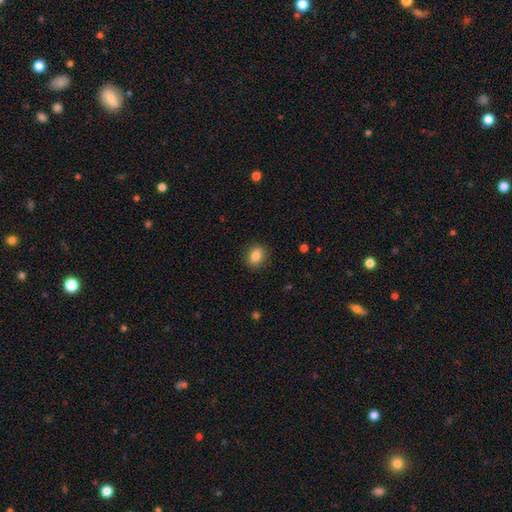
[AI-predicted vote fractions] The model was most divided on "how rounded": in between: 56%, round: 43%, cigar-shaped: 1%. More confident: merging — none (88%); smooth or featured — smooth (84%).